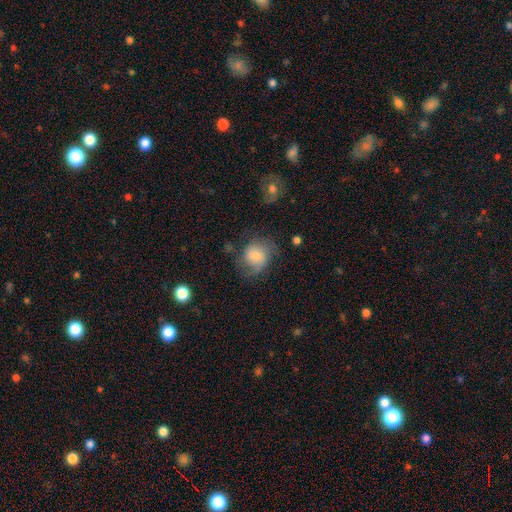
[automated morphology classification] Overall: smooth (64%; featured or disk 28%). How rounded: round (73%). Merging: none (56%; minor disturbance 26%).